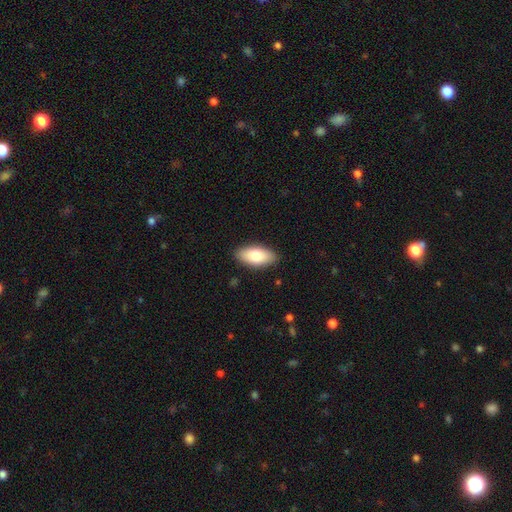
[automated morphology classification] Smooth or featured? Predicted: smooth (p=0.79). How rounded? Predicted: in between (p=0.90). Merging? Predicted: none (p=0.88).